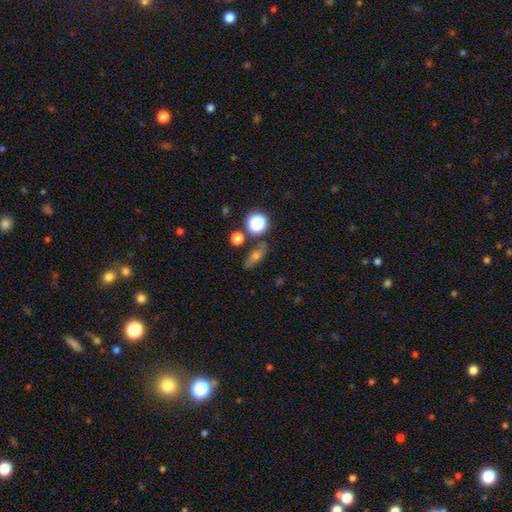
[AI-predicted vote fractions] smooth_or_featured: smooth (p=0.46) [alt: featured or disk p=0.29]
merging: none (p=0.79) [alt: minor disturbance p=0.11]